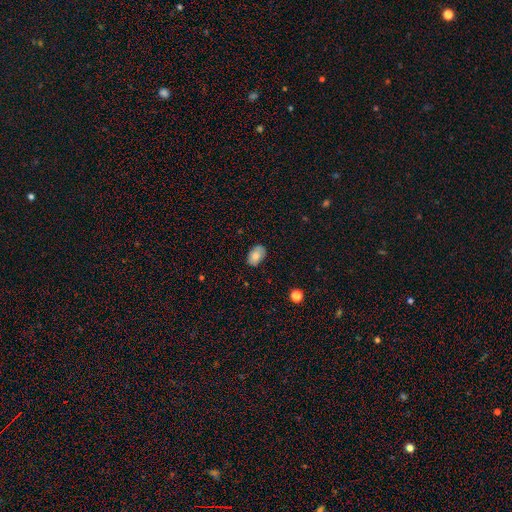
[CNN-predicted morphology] This is clearly a smooth galaxy (81%). How rounded: clearly in between (89%). Merging: likely none (78%).